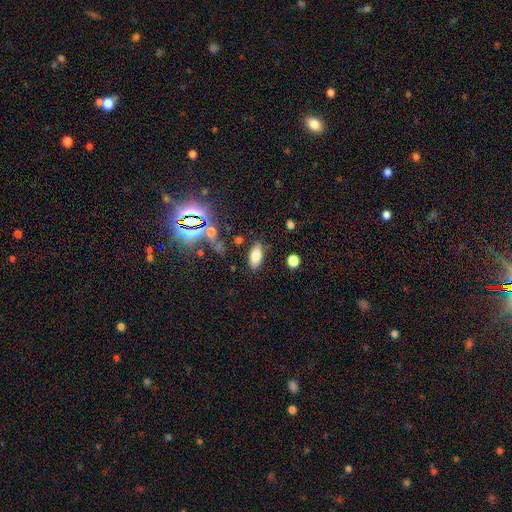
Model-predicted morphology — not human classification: smooth 76%, star or artifact 13%, featured or disk 10%. Down the decision tree: how rounded — in between (83%); merging — none (83%).